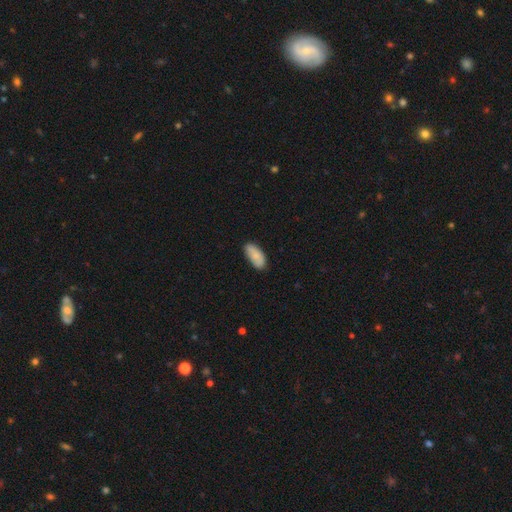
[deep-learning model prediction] Morphology: type=smooth (83%); roundness=in between (90%); merging=none (76%).